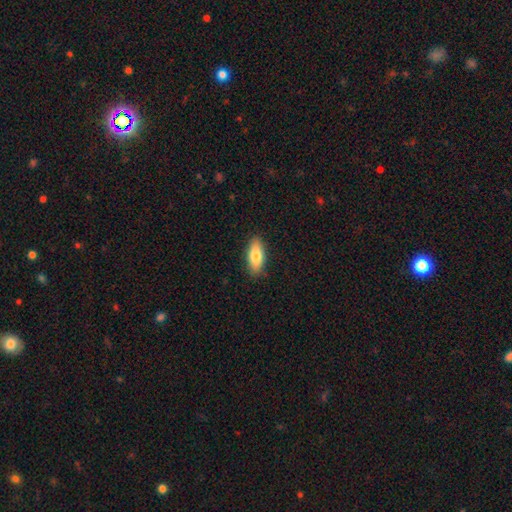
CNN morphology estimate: The model was most divided on "how rounded": in between: 80%, cigar-shaped: 17%, round: 3%. More confident: merging — none (89%); smooth or featured — smooth (79%).